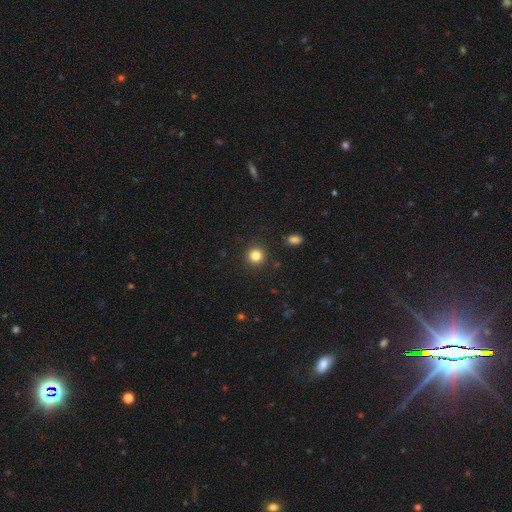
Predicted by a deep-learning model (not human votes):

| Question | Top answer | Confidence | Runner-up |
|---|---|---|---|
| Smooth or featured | smooth | 83% | star or artifact (12%) |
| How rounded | round | 93% | in between (6%) |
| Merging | none | 91% | minor disturbance (5%) |